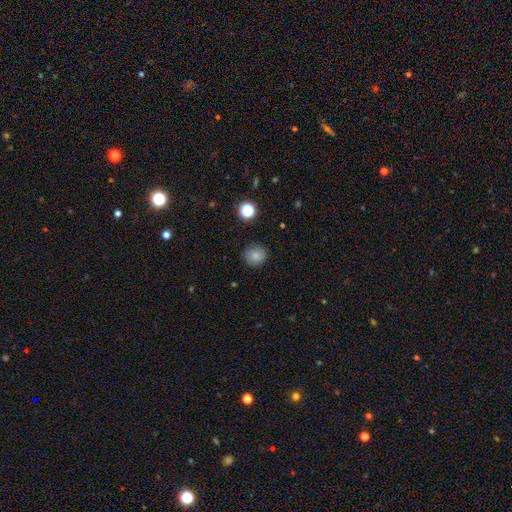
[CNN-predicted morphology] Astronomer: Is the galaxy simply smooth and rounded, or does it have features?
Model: smooth — 82%.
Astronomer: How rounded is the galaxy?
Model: round — 88%.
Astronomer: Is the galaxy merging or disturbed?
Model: none — 85%.